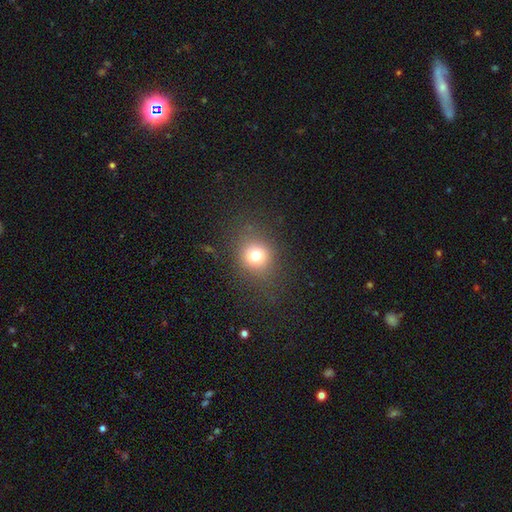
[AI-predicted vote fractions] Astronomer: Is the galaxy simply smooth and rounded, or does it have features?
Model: smooth — 73%.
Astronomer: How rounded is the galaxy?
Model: round — 77%.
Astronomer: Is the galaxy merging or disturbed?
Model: none — 81%.